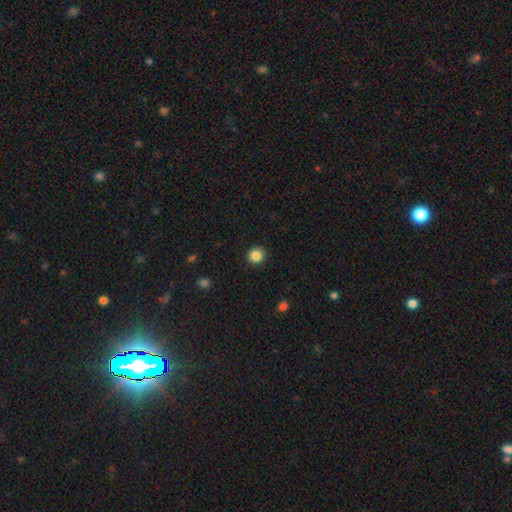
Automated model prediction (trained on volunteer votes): smooth 85%, star or artifact 11%, featured or disk 4%. Down the decision tree: how rounded — round (93%); merging — none (92%).